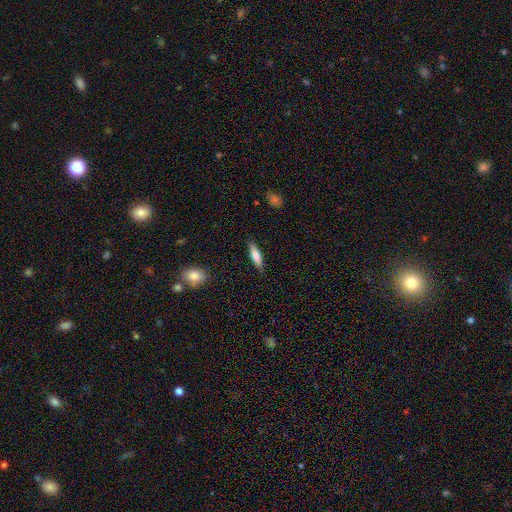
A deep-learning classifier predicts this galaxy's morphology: Smooth or featured?
  - smooth: 75% *
  - featured or disk: 19%
  - star or artifact: 6%
How rounded?
  - cigar-shaped: 66% *
  - in between: 33%
  - round: 2%
Merging?
  - none: 87% *
  - minor disturbance: 10%
  - major disturbance: 2%
  - merger: 1%